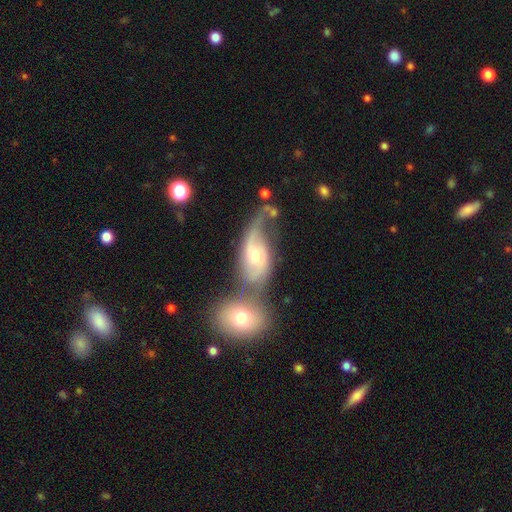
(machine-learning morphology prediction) smooth-or-featured: featured or disk: 68% | smooth: 24% | star or artifact: 8%
  disk-edge-on: no: 94% | yes: 6%
    bar: no: 58% | weak: 32% | strong: 9%
    has-spiral-arms: yes: 85% | no: 15%
      spiral-winding: loose: 71% | medium: 22% | tight: 7%
      spiral-arm-count: 2: 71% | 1: 18% | can't tell: 7% | 3: 1% | 4: 1% | more than 4: 1%
    bulge-size: moderate: 60% | small: 33% | large: 5% | none: 1% | dominant: 1%
  merging: merger: 47% | none: 25% | major disturbance: 16% | minor disturbance: 13%